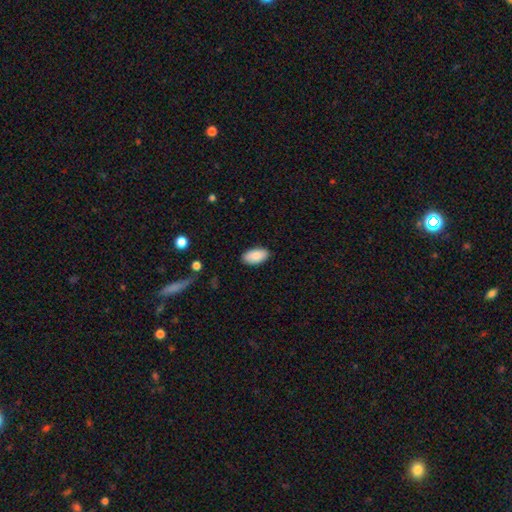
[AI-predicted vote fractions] The model was most divided on "merging": none: 87%, minor disturbance: 10%, major disturbance: 2%, merger: 1%. More confident: how rounded — in between (95%); smooth or featured — smooth (88%).